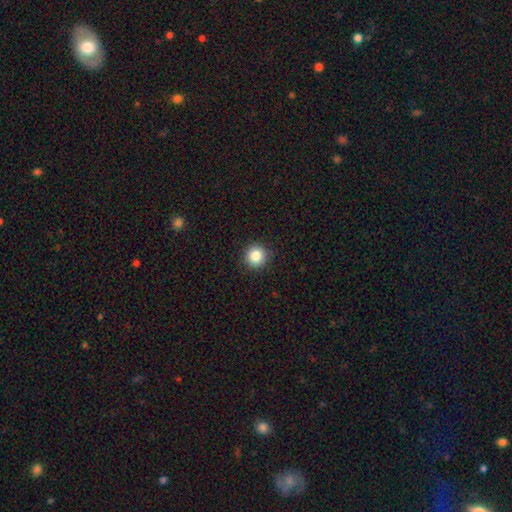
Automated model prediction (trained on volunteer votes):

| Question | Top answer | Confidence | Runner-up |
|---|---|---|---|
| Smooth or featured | smooth | 85% | star or artifact (10%) |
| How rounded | round | 94% | in between (5%) |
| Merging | none | 92% | minor disturbance (6%) |